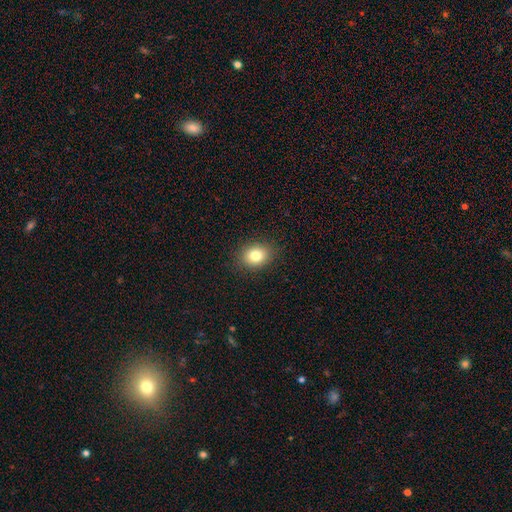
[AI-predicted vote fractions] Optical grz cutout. It shows a smooth galaxy with no disk features (81%) that is in between round and cigar-shaped (56%). Merging: none (89%).